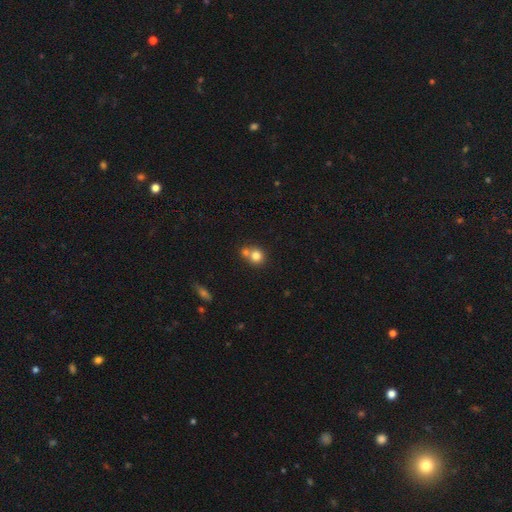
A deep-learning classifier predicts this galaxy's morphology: A smooth galaxy with no disk features (79%) that is round (85%).

Vote fractions:
- Smooth or featured? smooth: 79% / star or artifact: 10% / featured or disk: 10%
- How rounded? round: 85% / in between: 14% / cigar-shaped: 1%
- Merging? none: 47% / merger: 42% / minor disturbance: 8% / major disturbance: 3%